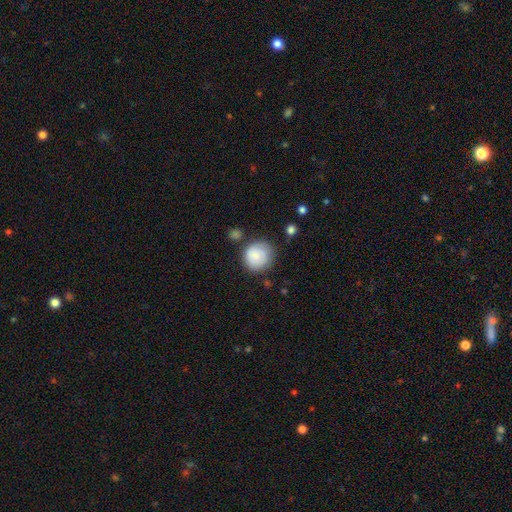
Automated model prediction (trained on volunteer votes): Smooth or featured: smooth — 81% (featured or disk — 12%)
How rounded: round — 90% (in between — 9%)
Merging: none — 73% (minor disturbance — 18%)